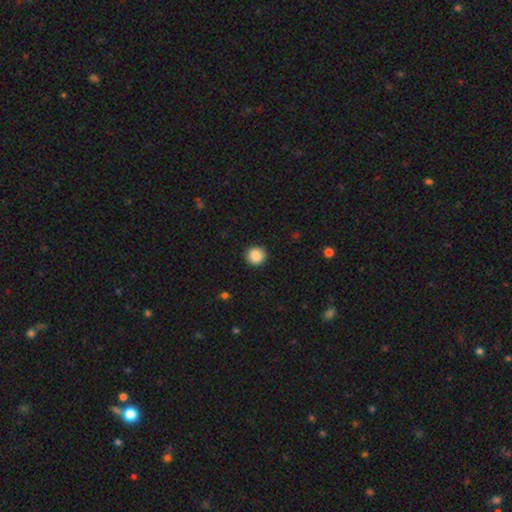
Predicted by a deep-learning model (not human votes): Smooth or featured?
  - smooth: 87% *
  - star or artifact: 9%
  - featured or disk: 4%
How rounded?
  - round: 91% *
  - in between: 8%
  - cigar-shaped: 1%
Merging?
  - none: 90% *
  - minor disturbance: 7%
  - major disturbance: 2%
  - merger: 1%